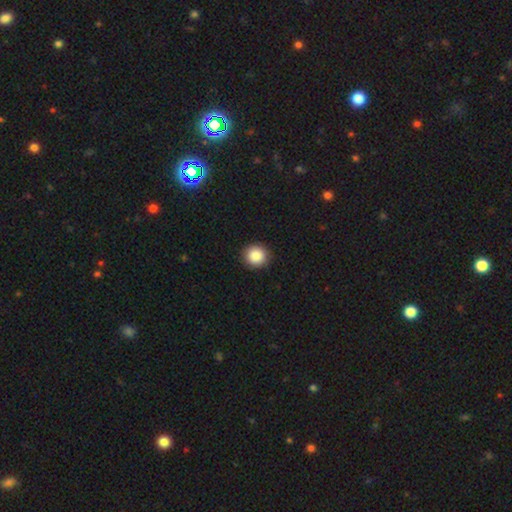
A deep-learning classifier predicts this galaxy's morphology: A smooth galaxy with no disk features (87%) that is round (92%). Merging: none (91%).